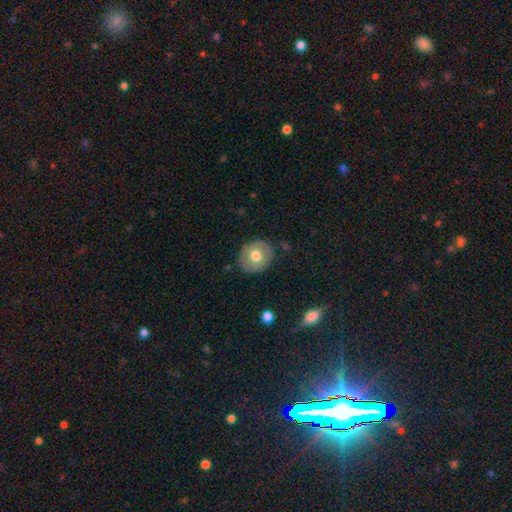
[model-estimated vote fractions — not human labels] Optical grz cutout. It shows a smooth galaxy with no disk features (67%) that is round (74%). Merging: none (85%).